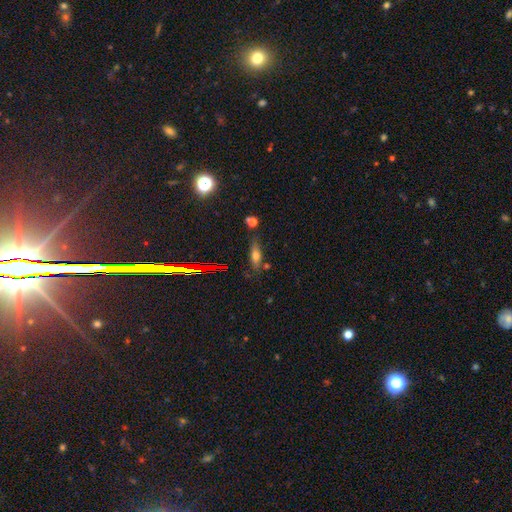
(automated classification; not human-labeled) Smooth or featured: smooth — 59% (featured or disk — 26%)
How rounded: in between — 57% (cigar-shaped — 37%)
Merging: none — 67% (minor disturbance — 18%)